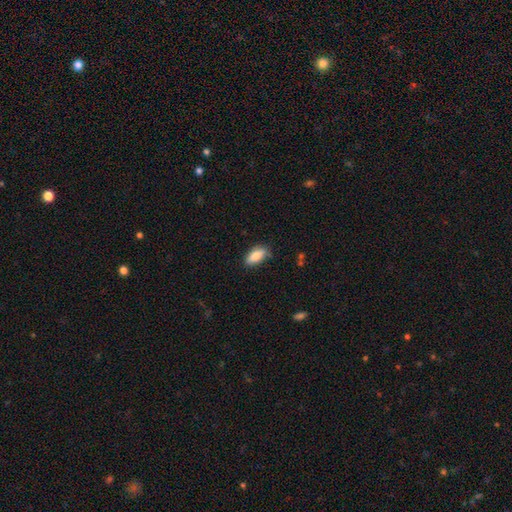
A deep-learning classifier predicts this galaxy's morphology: This appears to be a smooth galaxy with no disk features (83%) that is in between round and cigar-shaped (86%). Merging: none (81%).